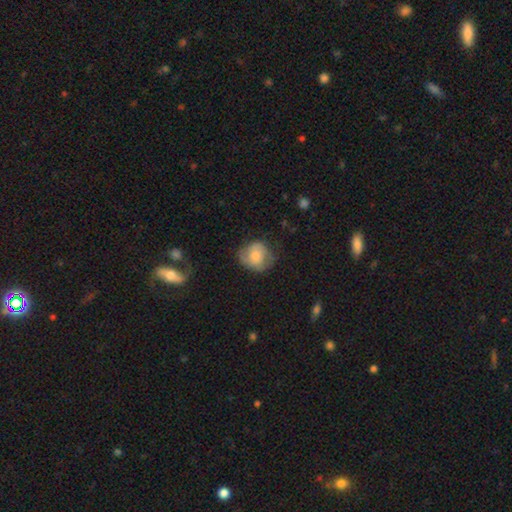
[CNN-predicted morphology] smooth-or-featured: smooth: 61% | featured or disk: 32% | star or artifact: 7%
  how-rounded: round: 75% | in between: 24% | cigar-shaped: 1%
  merging: none: 57% | minor disturbance: 29% | major disturbance: 13% | merger: 2%